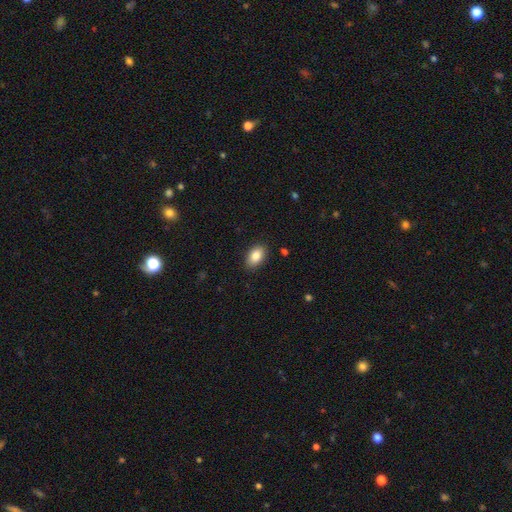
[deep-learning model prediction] A smooth galaxy with no disk features (85%) that is in between round and cigar-shaped (91%).

Vote fractions:
- Smooth or featured? smooth: 85% / star or artifact: 8% / featured or disk: 7%
- How rounded? in between: 91% / round: 7% / cigar-shaped: 2%
- Merging? none: 87% / minor disturbance: 9% / major disturbance: 2% / merger: 1%